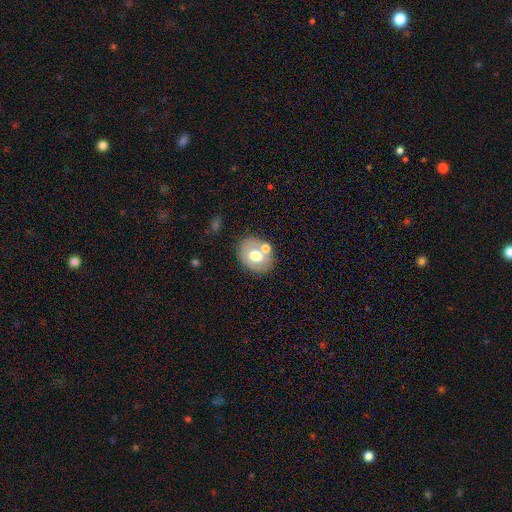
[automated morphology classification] smooth_or_featured: smooth (p=0.61) [alt: featured or disk p=0.30]
how_rounded: round (p=0.51) [alt: in between p=0.49]
merging: none (p=0.66) [alt: merger p=0.16]